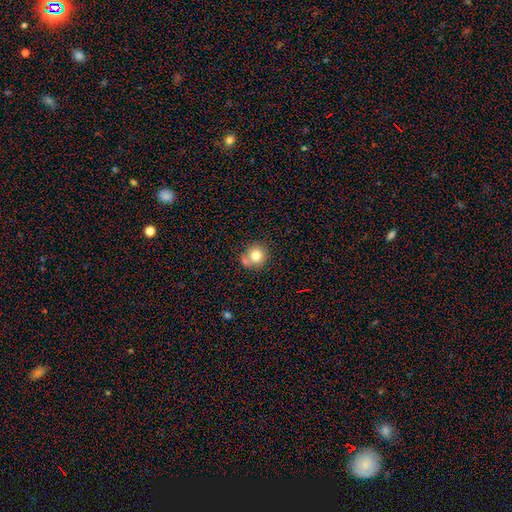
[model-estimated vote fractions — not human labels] Smooth or featured? Predicted: smooth (p=0.79). How rounded? Predicted: round (p=0.86). Merging? Predicted: none (p=0.58).